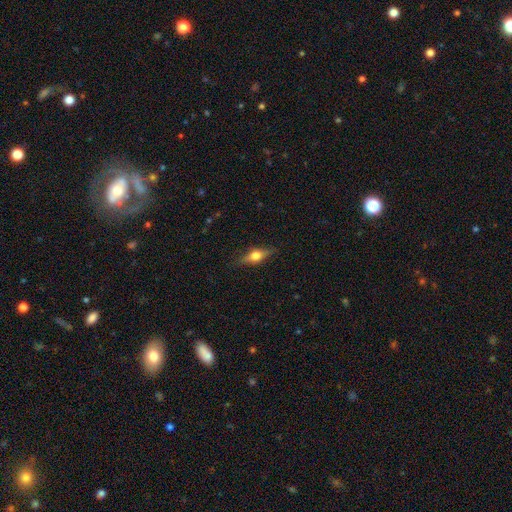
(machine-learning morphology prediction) The model was most divided on "smooth or featured": featured or disk: 54%, smooth: 38%, star or artifact: 8%. More confident: edge-on bulge — rounded (94%); edge-on disk — yes (94%); merging — none (84%).